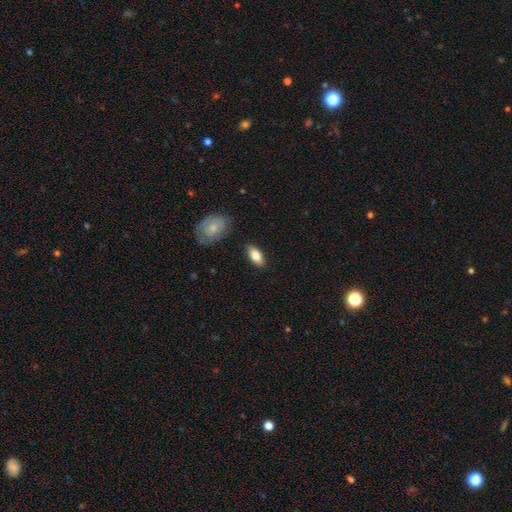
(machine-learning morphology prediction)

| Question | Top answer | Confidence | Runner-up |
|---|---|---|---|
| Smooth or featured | smooth | 81% | featured or disk (12%) |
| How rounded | in between | 89% | cigar-shaped (8%) |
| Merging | none | 87% | minor disturbance (9%) |